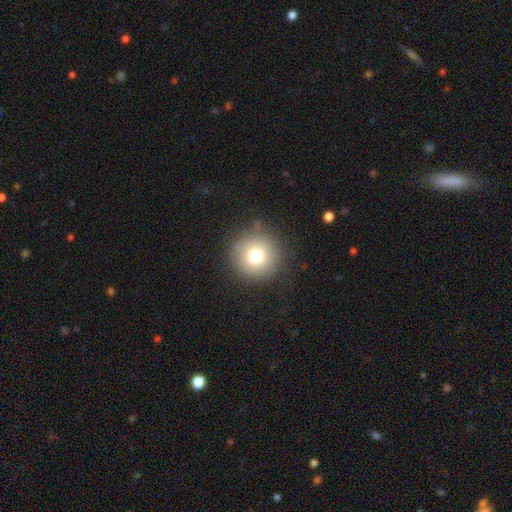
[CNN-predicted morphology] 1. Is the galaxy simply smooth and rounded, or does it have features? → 76% smooth, 12% star or artifact, 12% featured or disk.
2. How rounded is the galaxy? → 96% round, 3% in between, 1% cigar-shaped.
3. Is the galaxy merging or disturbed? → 83% none, 11% minor disturbance, 4% major disturbance, 2% merger.